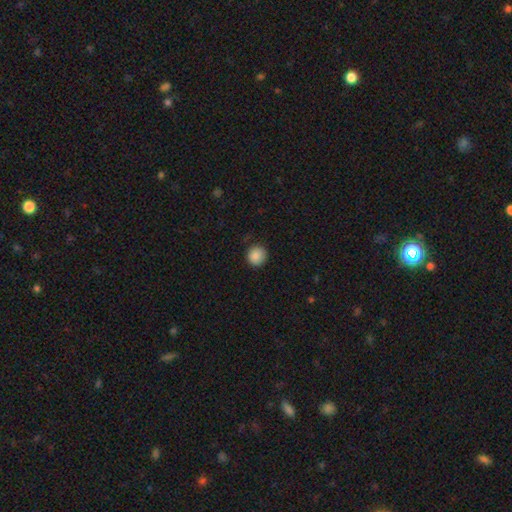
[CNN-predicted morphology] smooth-or-featured: smooth: 87% | star or artifact: 9% | featured or disk: 3%
  how-rounded: round: 92% | in between: 8% | cigar-shaped: 1%
  merging: none: 86% | minor disturbance: 11% | major disturbance: 3% | merger: 1%